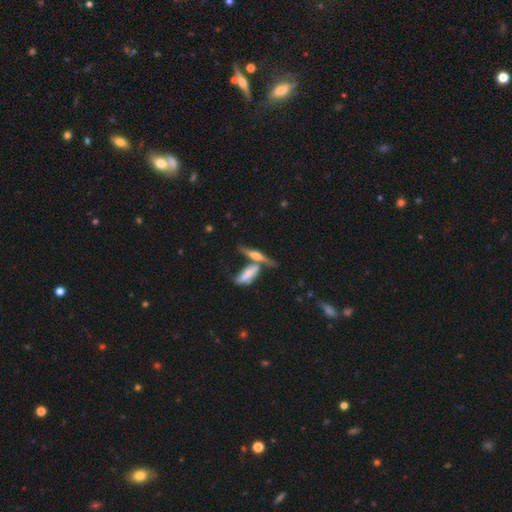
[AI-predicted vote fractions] Smooth or featured? Predicted: featured or disk (p=0.55). Edge-on disk? Predicted: yes (p=0.88). Merging? Predicted: none (p=0.44).